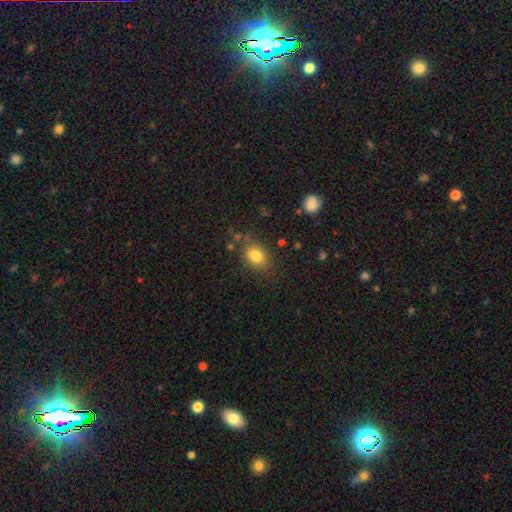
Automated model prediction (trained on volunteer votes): Smooth or featured: smooth — 81% (star or artifact — 11%)
How rounded: in between — 64% (round — 34%)
Merging: none — 79% (minor disturbance — 14%)